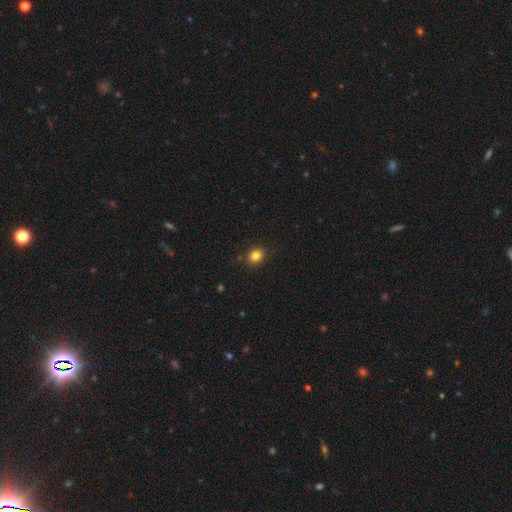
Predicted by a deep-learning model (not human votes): smooth-or-featured: smooth: 83% | star or artifact: 12% | featured or disk: 5%
  how-rounded: round: 67% | in between: 32% | cigar-shaped: 1%
  merging: none: 88% | minor disturbance: 8% | major disturbance: 2% | merger: 2%